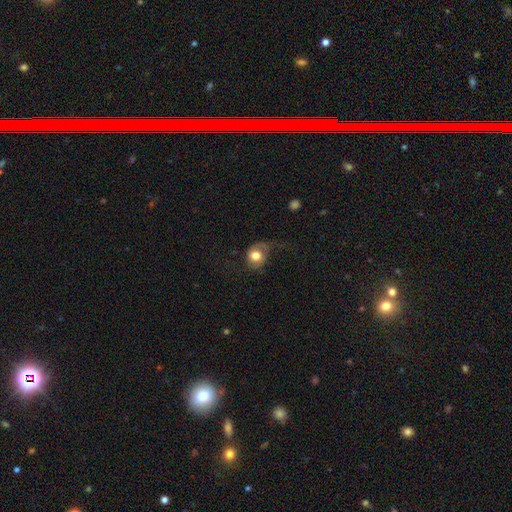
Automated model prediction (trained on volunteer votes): Smooth or featured: smooth — 65% (featured or disk — 27%)
How rounded: round — 71% (in between — 28%)
Merging: major disturbance — 39% (none — 35%)